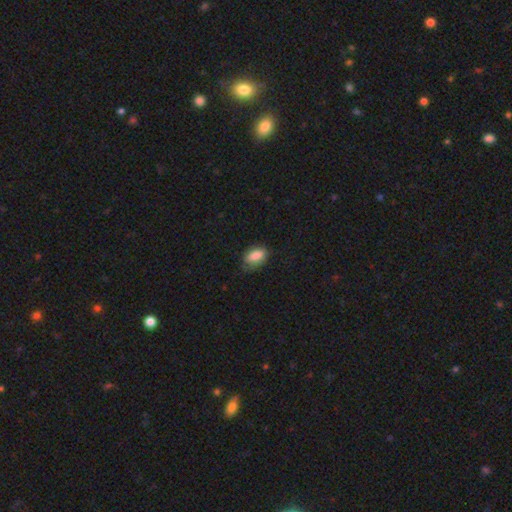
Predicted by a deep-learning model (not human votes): A smooth galaxy with no disk features (86%) that is in between round and cigar-shaped (90%). Merging: none (63%).